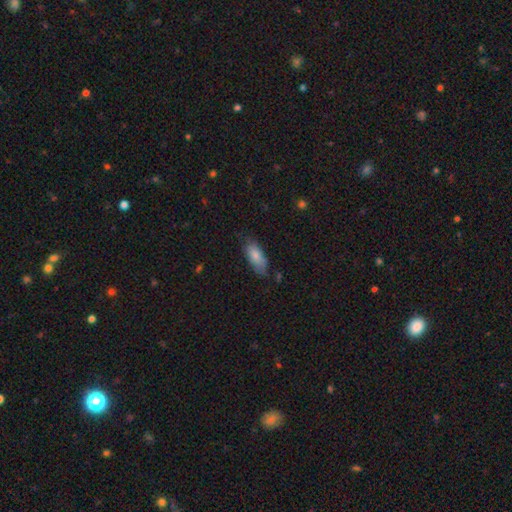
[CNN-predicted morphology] This appears to be a smooth galaxy with no disk features (80%) that is in between round and cigar-shaped (85%). Merging: none (64%).